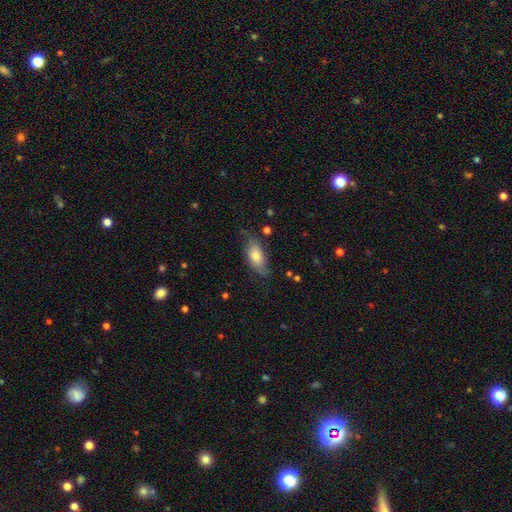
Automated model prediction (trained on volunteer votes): Smooth or featured: smooth — 68% (featured or disk — 25%)
How rounded: in between — 85% (cigar-shaped — 12%)
Merging: none — 60% (minor disturbance — 29%)